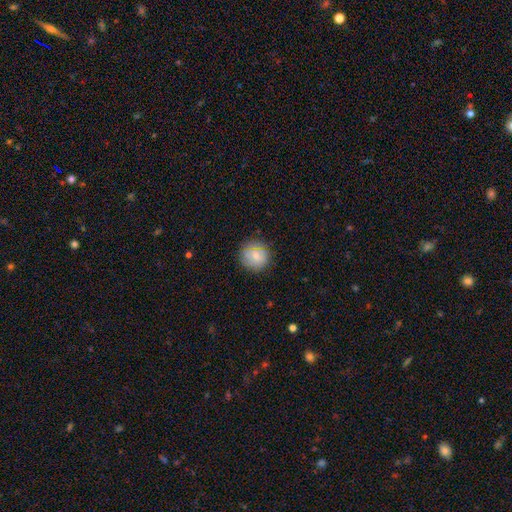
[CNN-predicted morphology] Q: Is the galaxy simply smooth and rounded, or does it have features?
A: smooth — 71%.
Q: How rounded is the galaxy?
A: round — 92%.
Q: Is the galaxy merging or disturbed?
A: none — 83%.